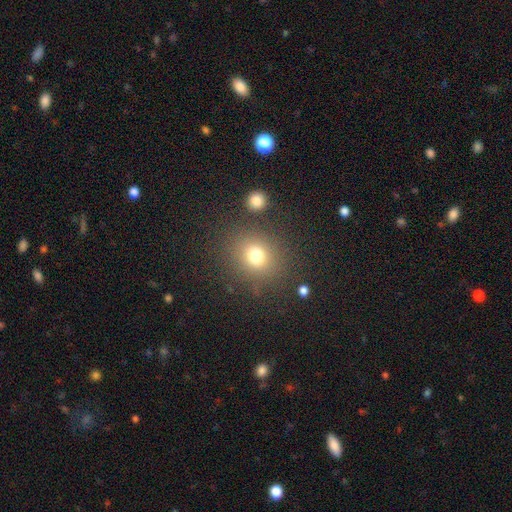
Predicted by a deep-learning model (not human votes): smooth-or-featured: smooth: 75% | star or artifact: 16% | featured or disk: 9%
  how-rounded: round: 80% | in between: 19% | cigar-shaped: 1%
  merging: none: 81% | minor disturbance: 9% | major disturbance: 5% | merger: 5%